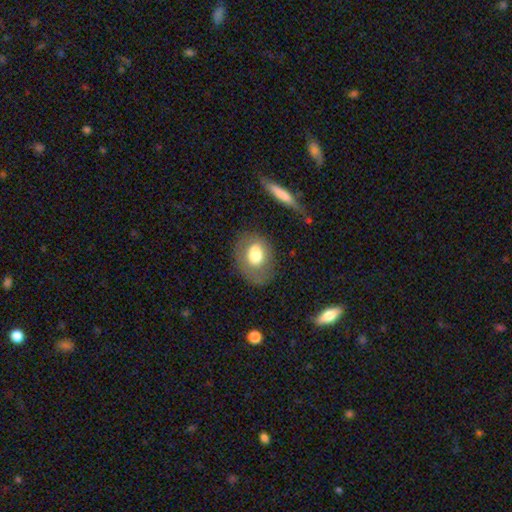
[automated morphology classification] Smooth or featured: smooth — 69% (featured or disk — 23%)
How rounded: in between — 63% (round — 35%)
Merging: none — 65% (minor disturbance — 20%)